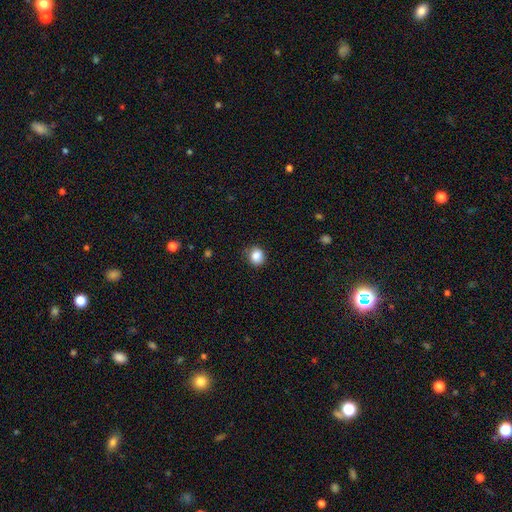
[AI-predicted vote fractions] Smooth or featured? smooth (86%)
How rounded? round (79%)
Merging? none (80%)